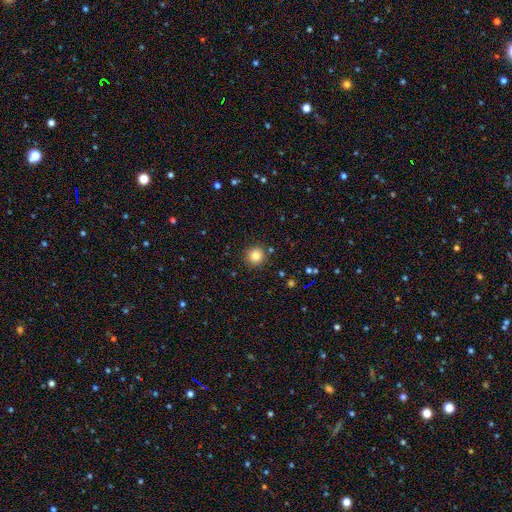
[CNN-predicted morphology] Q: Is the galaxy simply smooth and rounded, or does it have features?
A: smooth — 82%.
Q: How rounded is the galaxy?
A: round — 94%.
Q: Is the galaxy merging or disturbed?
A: none — 90%.